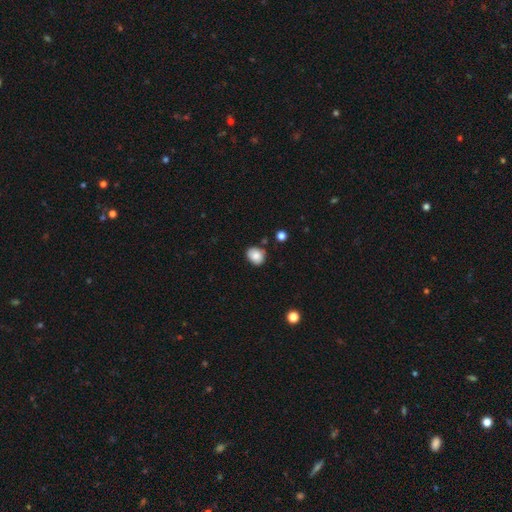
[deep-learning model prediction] Q: Smooth or featured?
A: smooth (85%); runner-up: star or artifact (9%)
Q: How rounded?
A: round (57%); runner-up: in between (42%)
Q: Merging?
A: none (76%); runner-up: minor disturbance (17%)